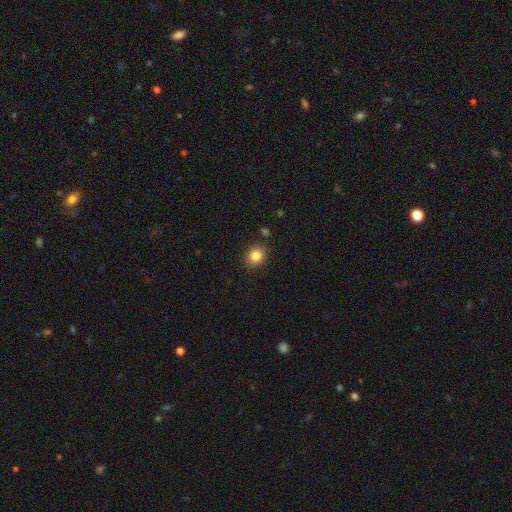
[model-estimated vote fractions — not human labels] Overall: smooth (84%). How rounded: round (60%; in between 39%). Merging: none (86%).